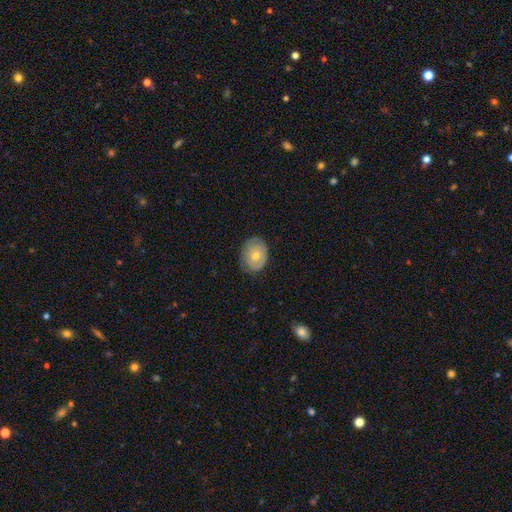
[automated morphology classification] A smooth galaxy with no disk features (55%) that is in between round and cigar-shaped (64%).

Vote fractions:
- Smooth or featured? smooth: 55% / featured or disk: 38% / star or artifact: 7%
- How rounded? in between: 64% / round: 35% / cigar-shaped: 1%
- Merging? none: 80% / minor disturbance: 16% / major disturbance: 4% / merger: 1%